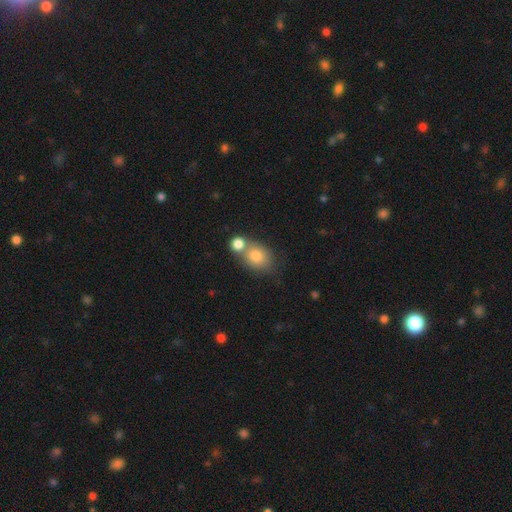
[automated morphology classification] smooth-or-featured: smooth: 81% | featured or disk: 10% | star or artifact: 9%
  how-rounded: round: 56% | in between: 43% | cigar-shaped: 1%
  merging: merger: 47% | none: 39% | minor disturbance: 10% | major disturbance: 4%